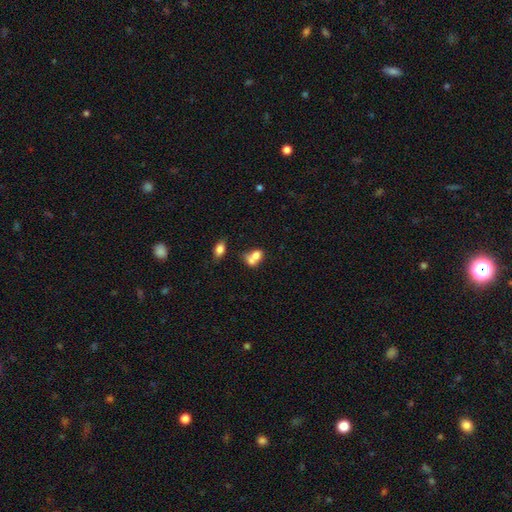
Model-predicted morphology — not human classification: The model was most divided on "how rounded": in between: 64%, round: 34%, cigar-shaped: 2%. More confident: smooth or featured — smooth (71%); merging — merger (65%).